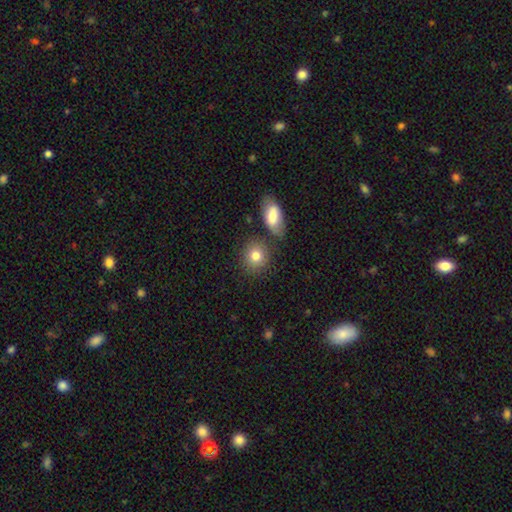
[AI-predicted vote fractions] This appears to be a smooth galaxy with no disk features (81%) that is round (77%). Merging: none (73%).